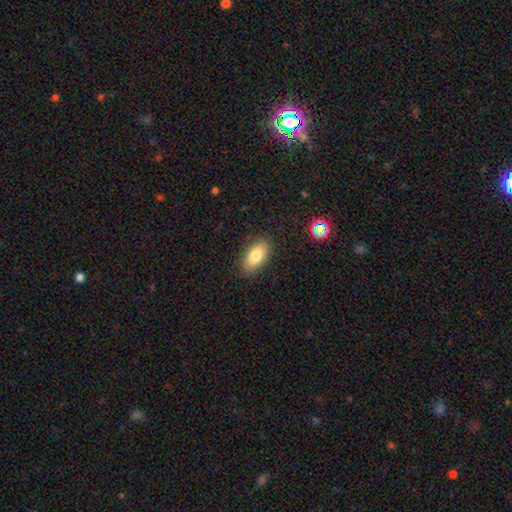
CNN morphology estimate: Smooth or featured?
  - smooth: 79% *
  - featured or disk: 12%
  - star or artifact: 8%
How rounded?
  - in between: 91% *
  - cigar-shaped: 6%
  - round: 4%
Merging?
  - none: 86% *
  - minor disturbance: 10%
  - major disturbance: 3%
  - merger: 1%